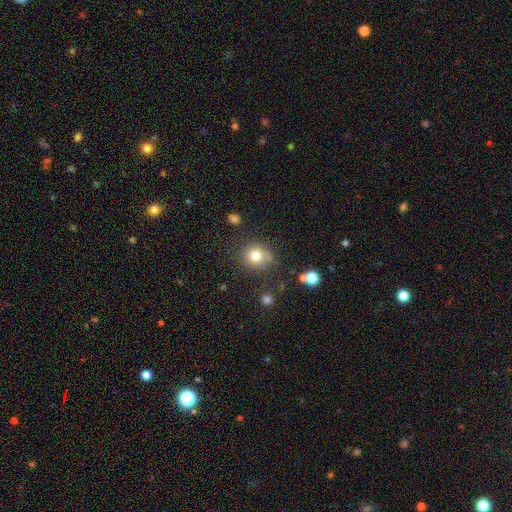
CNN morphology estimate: Q: Smooth or featured?
A: smooth (79%); runner-up: star or artifact (12%)
Q: How rounded?
A: round (82%); runner-up: in between (17%)
Q: Merging?
A: none (70%); runner-up: minor disturbance (18%)